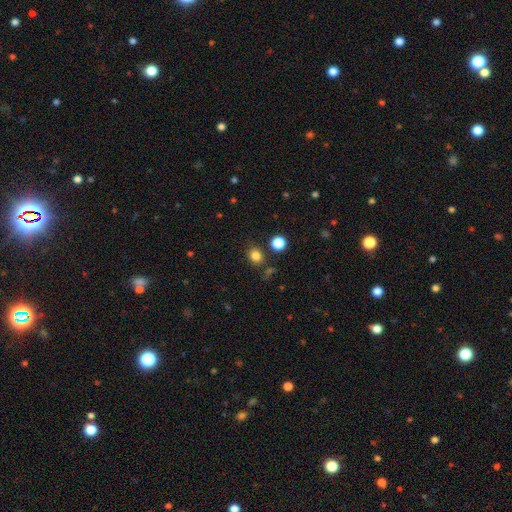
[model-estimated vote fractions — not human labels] A smooth galaxy with no disk features (81%) that is round (75%). Merging: none (81%).